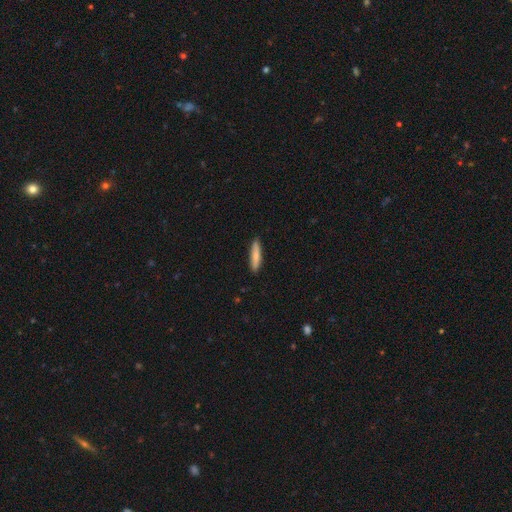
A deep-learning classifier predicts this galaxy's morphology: A smooth galaxy with no disk features (79%) that is cigar-shaped (86%). Merging: none (90%).